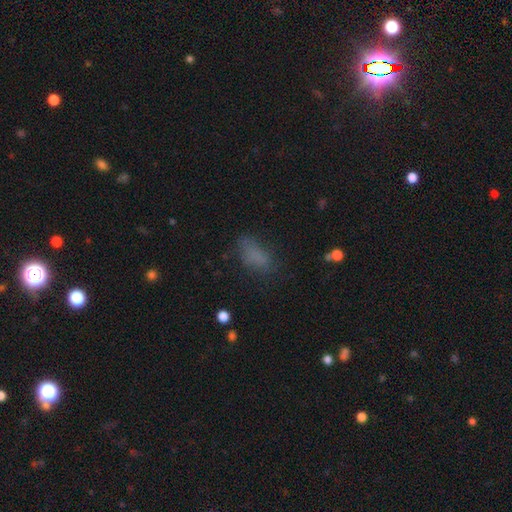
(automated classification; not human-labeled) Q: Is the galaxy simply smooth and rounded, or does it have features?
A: smooth — 74%.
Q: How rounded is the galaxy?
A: in between — 81%.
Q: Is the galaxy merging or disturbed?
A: none — 61%.